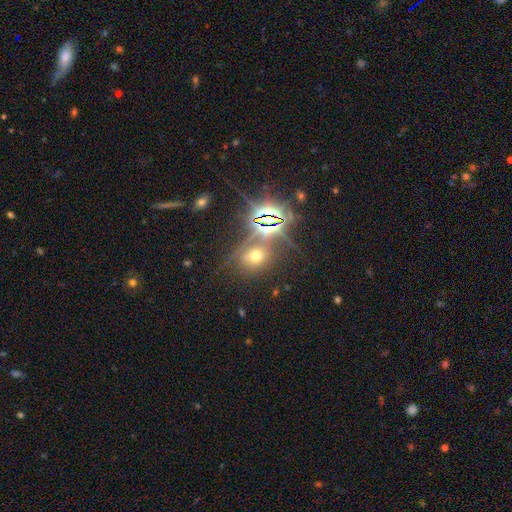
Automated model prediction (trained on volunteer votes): smooth-or-featured: star or artifact: 43% (tied) | smooth: 43% (tied) | featured or disk: 14%